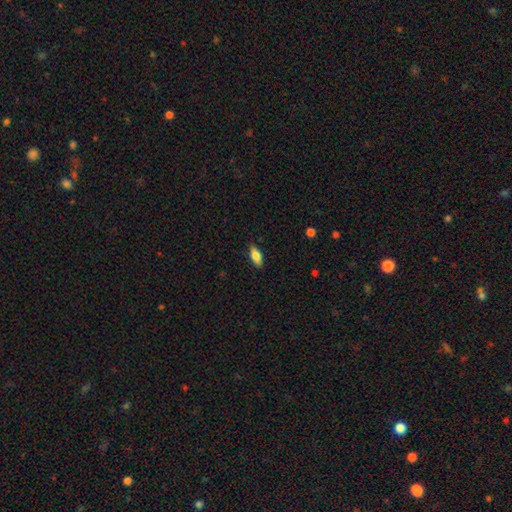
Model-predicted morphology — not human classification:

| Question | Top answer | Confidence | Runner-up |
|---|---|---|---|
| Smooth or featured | smooth | 79% | featured or disk (14%) |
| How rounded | in between | 78% | cigar-shaped (19%) |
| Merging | none | 86% | minor disturbance (10%) |